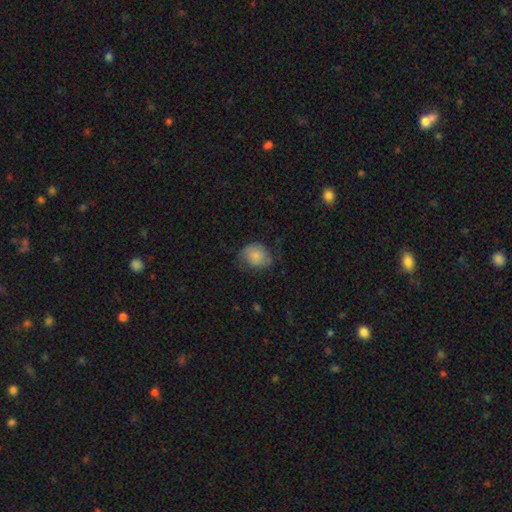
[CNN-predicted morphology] A smooth galaxy with no disk features (78%) that is round (59%).

Vote fractions:
- Smooth or featured? smooth: 78% / featured or disk: 15% / star or artifact: 8%
- How rounded? round: 59% / in between: 40% / cigar-shaped: 1%
- Merging? none: 61% / minor disturbance: 28% / major disturbance: 10% / merger: 1%